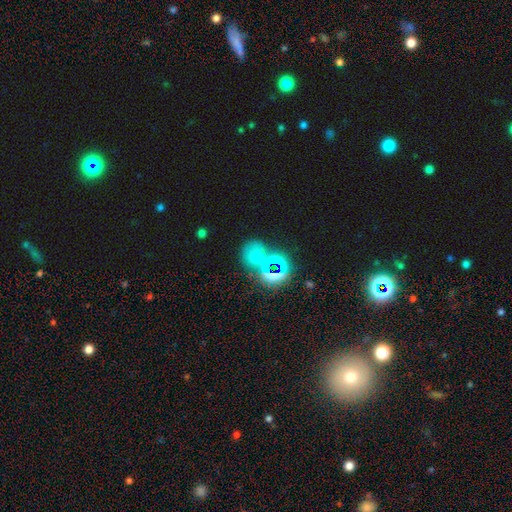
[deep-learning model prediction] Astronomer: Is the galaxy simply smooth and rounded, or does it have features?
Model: star or artifact — 54% (runner-up: smooth, 32%).